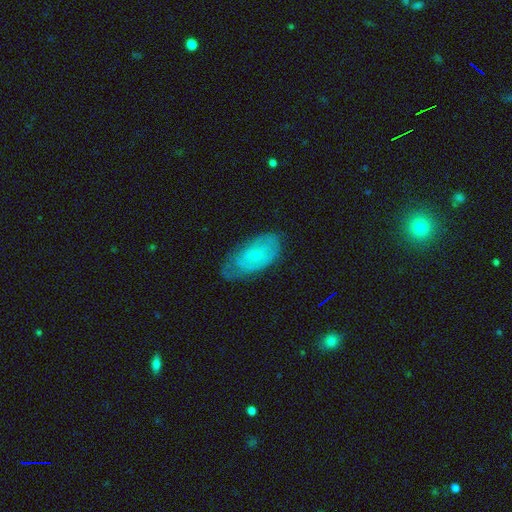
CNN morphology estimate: A featured or disk galaxy (47%).

Vote fractions:
- Smooth or featured? featured or disk: 47% / smooth: 46% / star or artifact: 7%
- Merging? none: 59% / minor disturbance: 30% / major disturbance: 10% / merger: 2%